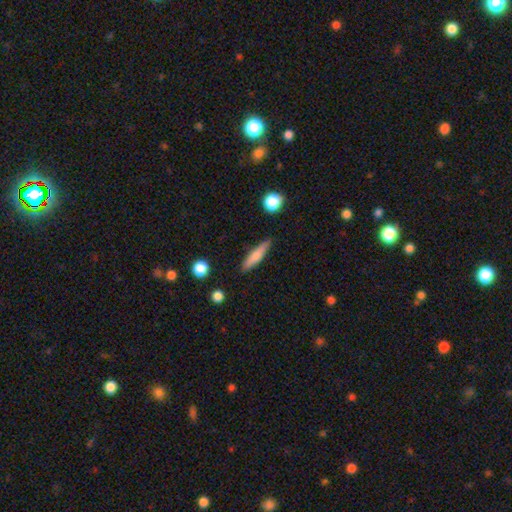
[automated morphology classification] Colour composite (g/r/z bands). It shows a smooth galaxy with no disk features (72%) that is cigar-shaped (83%). Merging: none (85%).